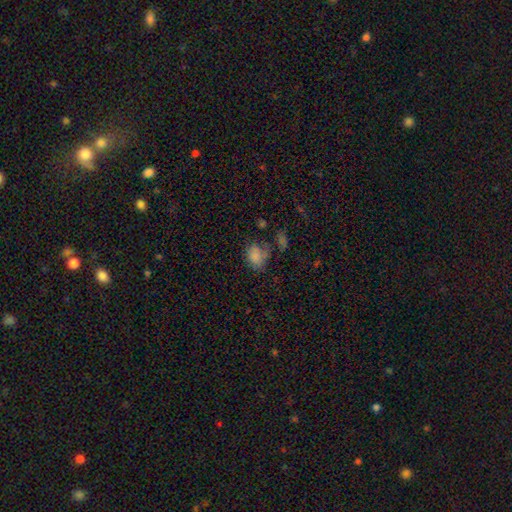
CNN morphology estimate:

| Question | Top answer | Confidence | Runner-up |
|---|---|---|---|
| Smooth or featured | smooth | 77% | star or artifact (15%) |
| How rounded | in between | 71% | round (27%) |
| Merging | none | 51% | minor disturbance (24%) |